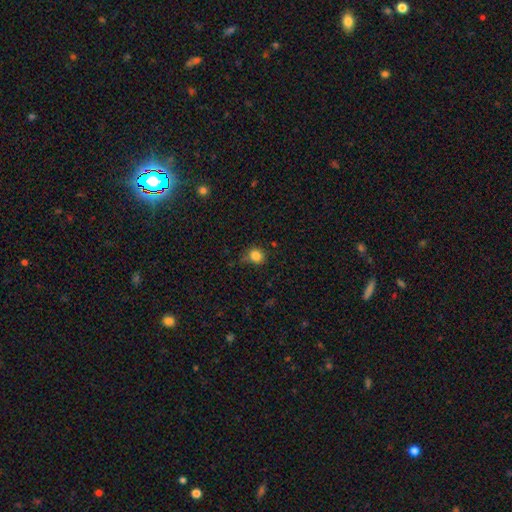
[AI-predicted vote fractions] This is clearly a smooth galaxy (83%). How rounded: clearly round (81%). Merging: likely none (67%).